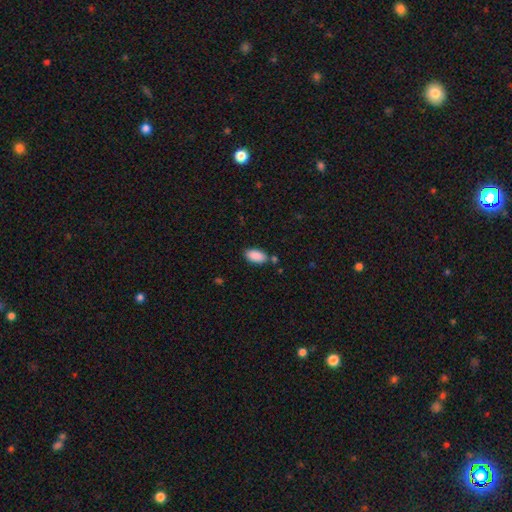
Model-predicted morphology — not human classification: This is clearly a smooth galaxy (90%). How rounded: clearly in between (94%). Merging: likely none (78%).